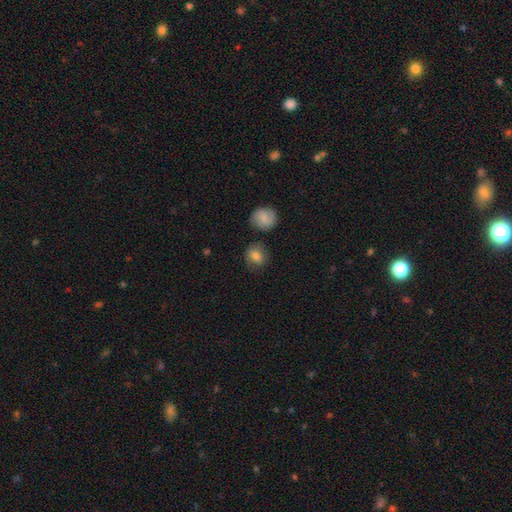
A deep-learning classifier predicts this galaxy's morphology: Smooth or featured? smooth (76%)
How rounded? round (73%)
Merging? none (73%)